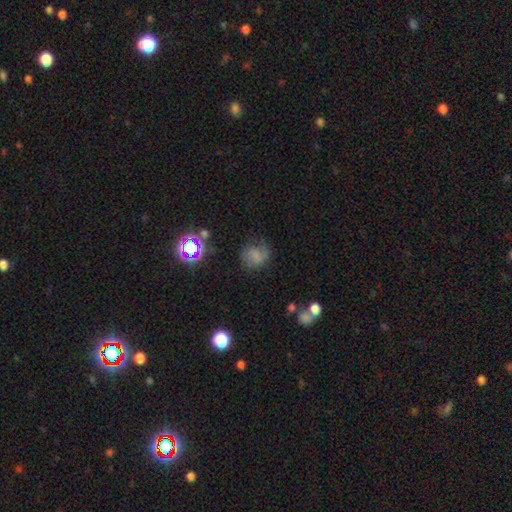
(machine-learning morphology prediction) A smooth galaxy with no disk features (45%). Merging: none (59%).